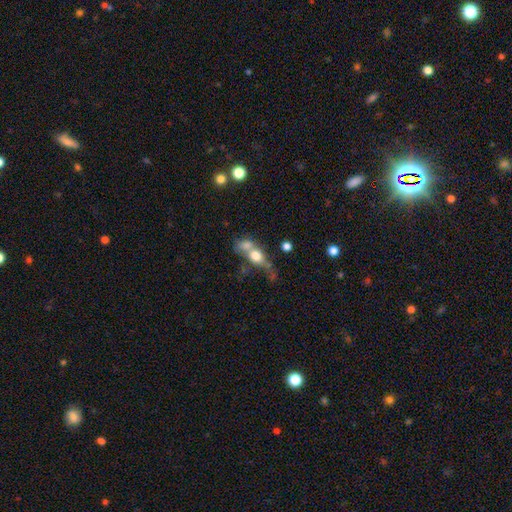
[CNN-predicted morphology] This appears to be a smooth galaxy with no disk features (68%) that is in between round and cigar-shaped (52%). Merging: merger (64%).